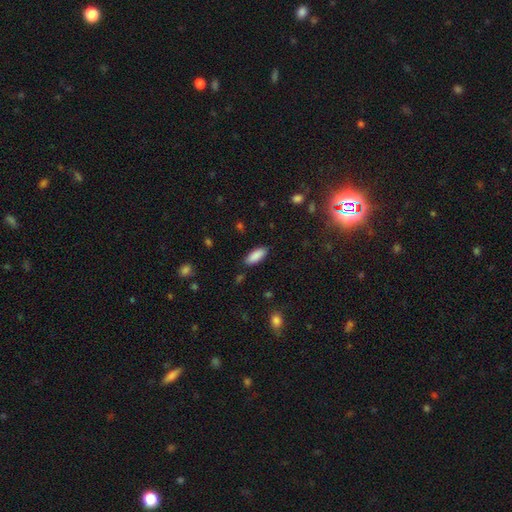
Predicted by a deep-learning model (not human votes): Smooth or featured? smooth (88%)
How rounded? in between (77%)
Merging? none (87%)